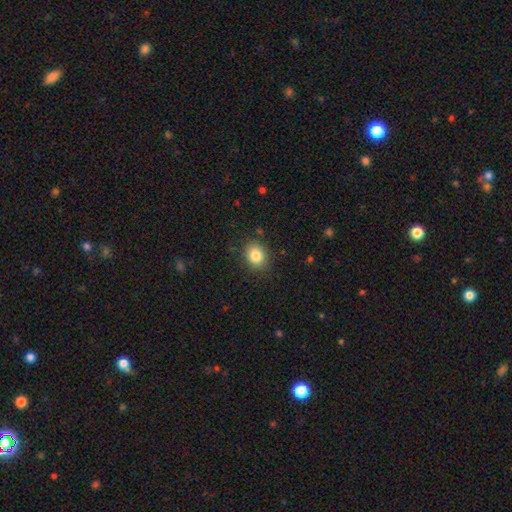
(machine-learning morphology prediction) Smooth or featured? Predicted: smooth (p=0.83). How rounded? Predicted: round (p=0.54). Merging? Predicted: none (p=0.86).